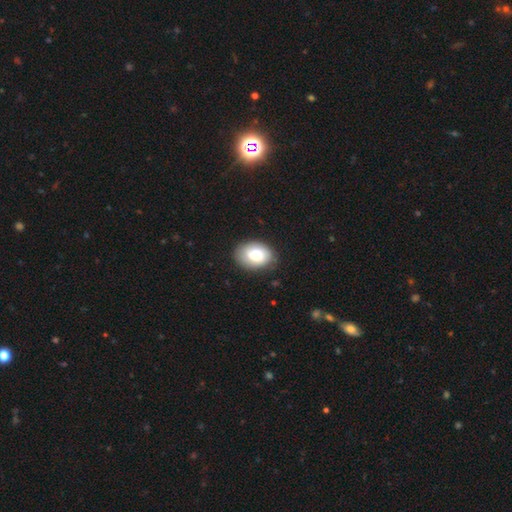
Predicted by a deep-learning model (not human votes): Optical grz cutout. It shows a smooth galaxy with no disk features (80%) that is in between round and cigar-shaped (80%). Merging: none (81%).